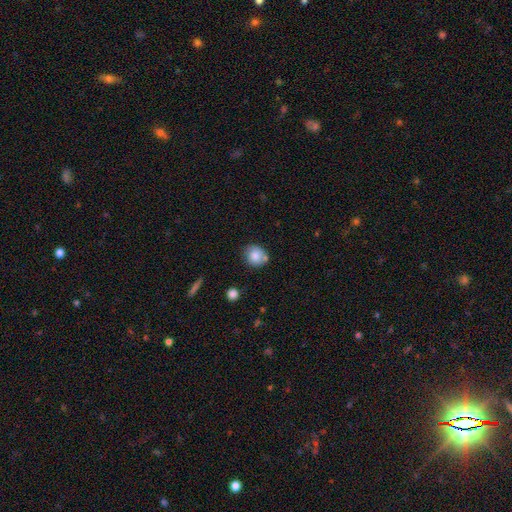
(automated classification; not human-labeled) The model was most divided on "merging": none: 66%, minor disturbance: 18%, merger: 12%, major disturbance: 4%. More confident: how rounded — round (81%); smooth or featured — smooth (81%).